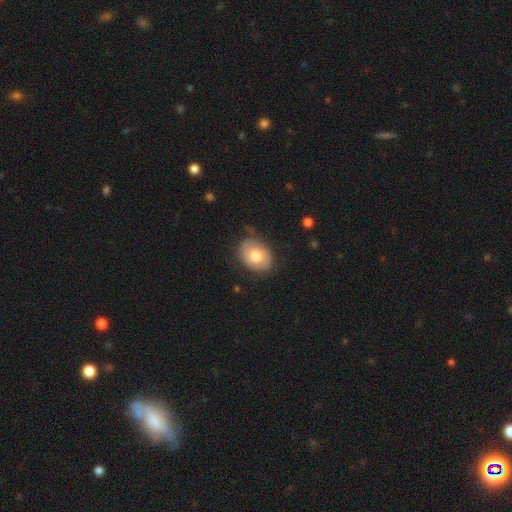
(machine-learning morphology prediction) Smooth or featured?
  - smooth: 62% *
  - featured or disk: 31%
  - star or artifact: 7%
How rounded?
  - in between: 69% *
  - round: 30%
  - cigar-shaped: 1%
Merging?
  - none: 70% *
  - minor disturbance: 22%
  - major disturbance: 7%
  - merger: 1%